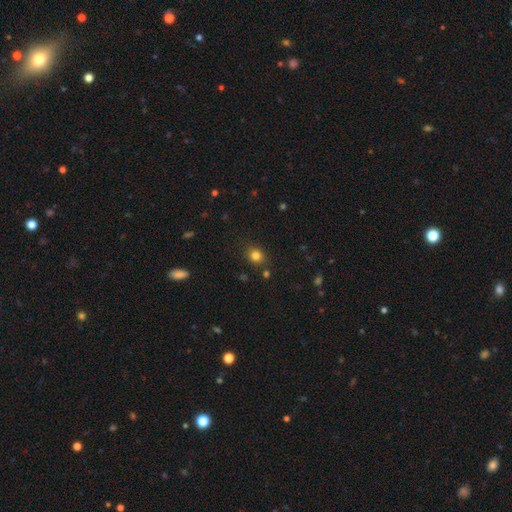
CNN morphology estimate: Overall: smooth (81%). How rounded: round (69%; in between 30%). Merging: none (84%).